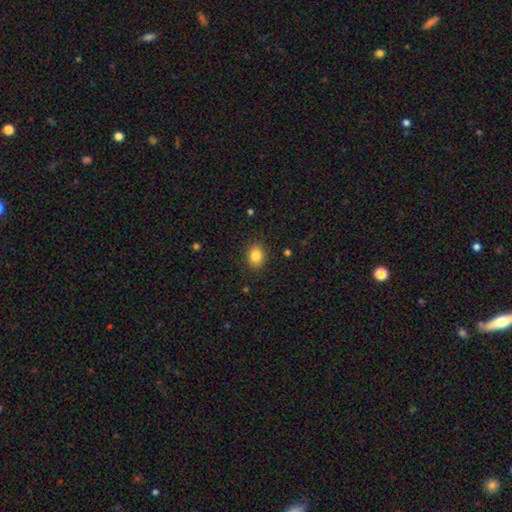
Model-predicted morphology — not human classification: smooth 84%, star or artifact 10%, featured or disk 6%. Down the decision tree: how rounded — in between (52%); merging — none (89%).